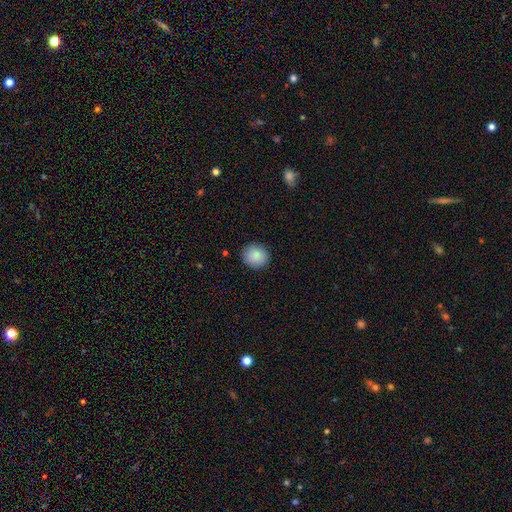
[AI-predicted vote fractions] Q: Smooth or featured?
A: smooth (89%); runner-up: star or artifact (8%)
Q: How rounded?
A: round (85%); runner-up: in between (14%)
Q: Merging?
A: none (90%); runner-up: minor disturbance (7%)